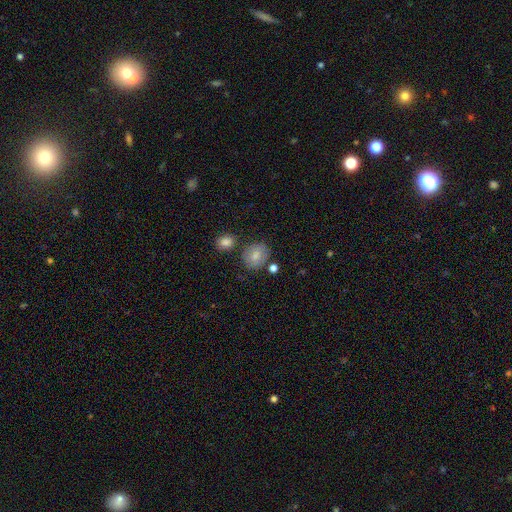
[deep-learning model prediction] This appears to be a smooth galaxy with no disk features (79%) that is round (64%). Merging: none (73%).